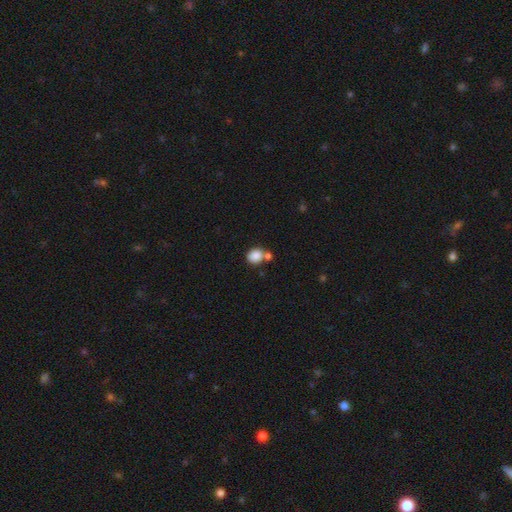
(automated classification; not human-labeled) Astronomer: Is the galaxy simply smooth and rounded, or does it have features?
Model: smooth — 85%.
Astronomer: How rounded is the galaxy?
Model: round — 71%.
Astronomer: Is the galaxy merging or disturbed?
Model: none — 54% (runner-up: merger, 33%).